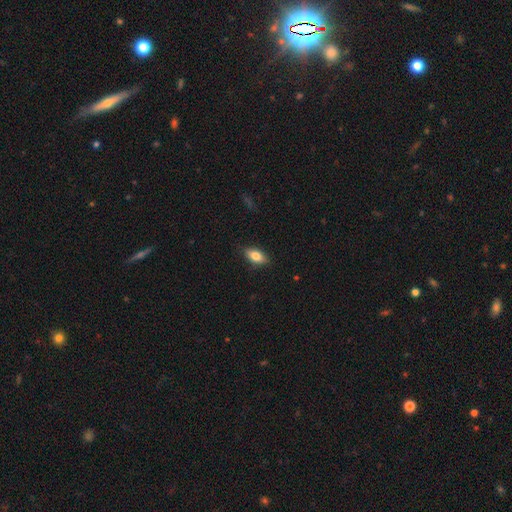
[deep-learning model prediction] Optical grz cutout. It shows a smooth galaxy with no disk features (79%) that is in between round and cigar-shaped (87%). Merging: none (85%).